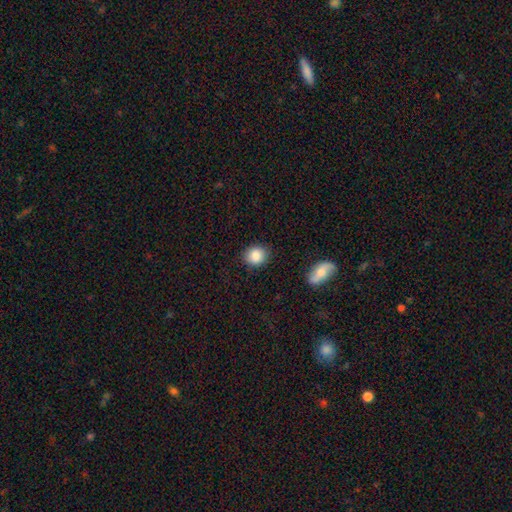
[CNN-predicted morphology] Q: Smooth or featured?
A: smooth (87%); runner-up: star or artifact (8%)
Q: How rounded?
A: round (74%); runner-up: in between (24%)
Q: Merging?
A: none (86%); runner-up: minor disturbance (10%)